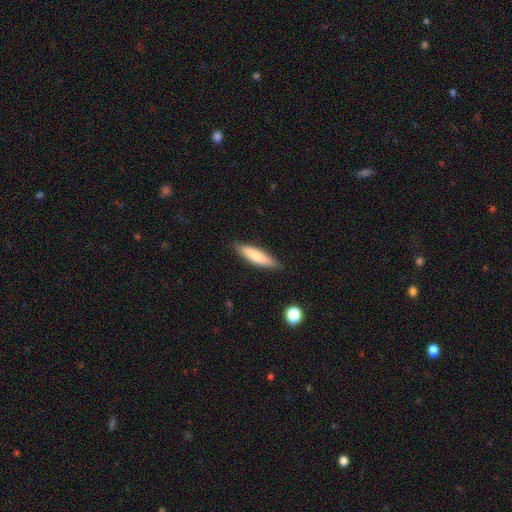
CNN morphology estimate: Q: Smooth or featured?
A: smooth (77%); runner-up: featured or disk (18%)
Q: How rounded?
A: cigar-shaped (78%); runner-up: in between (21%)
Q: Merging?
A: none (87%); runner-up: minor disturbance (10%)